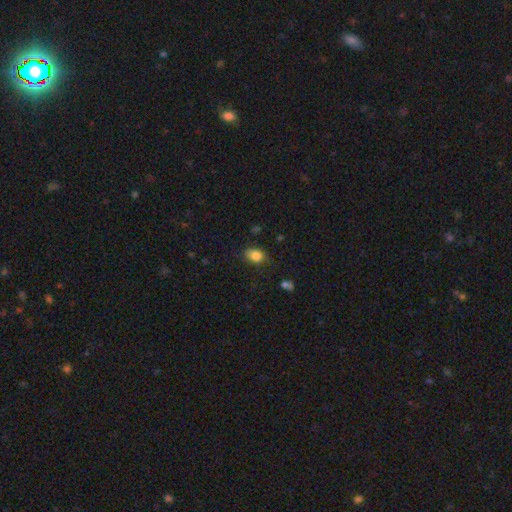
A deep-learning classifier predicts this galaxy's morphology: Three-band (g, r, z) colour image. It shows a smooth galaxy with no disk features (84%) that is in between round and cigar-shaped (76%). Merging: none (73%).